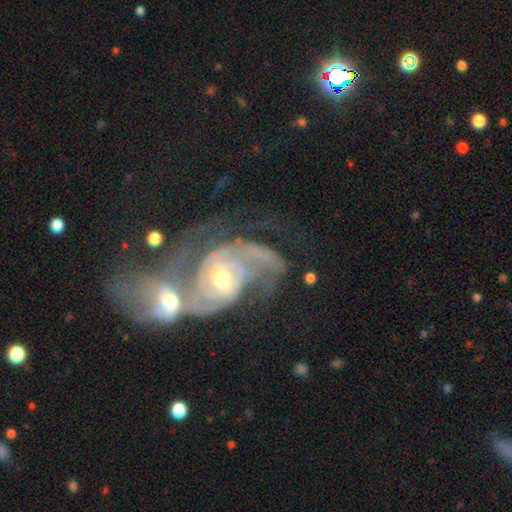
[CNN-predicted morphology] A featured or disk galaxy (89%) with no bar (44%), 2 (67%) medium (44%) spiral arms (96%) and a moderate central bulge (60%). Merging: merger (62%).